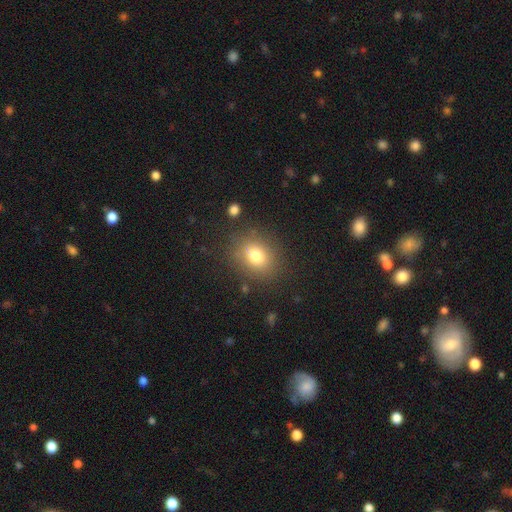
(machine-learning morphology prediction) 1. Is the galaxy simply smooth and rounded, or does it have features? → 78% smooth, 12% star or artifact, 10% featured or disk.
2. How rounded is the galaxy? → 51% round, 47% in between, 1% cigar-shaped.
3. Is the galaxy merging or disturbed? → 82% none, 11% minor disturbance, 4% major disturbance, 2% merger.